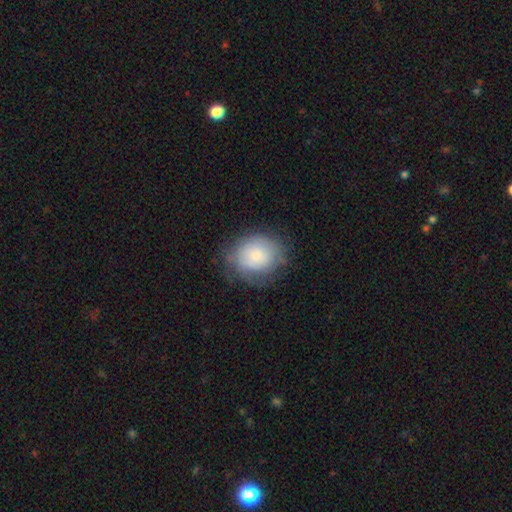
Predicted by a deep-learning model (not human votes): smooth 70%, featured or disk 22%, star or artifact 8%. Down the decision tree: how rounded — round (67%); merging — none (63%).